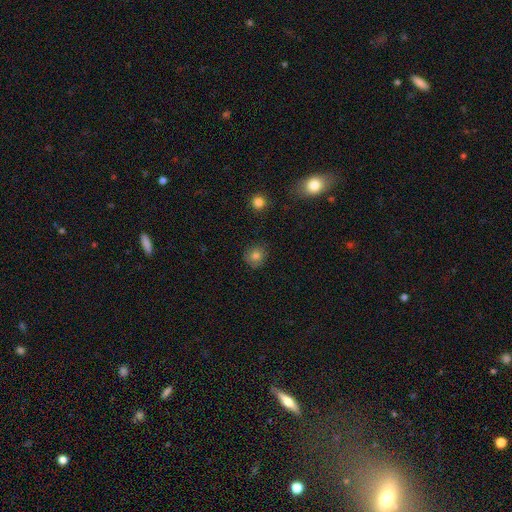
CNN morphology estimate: This is likely a smooth galaxy (80%). How rounded: clearly round (88%). Merging: clearly none (84%).